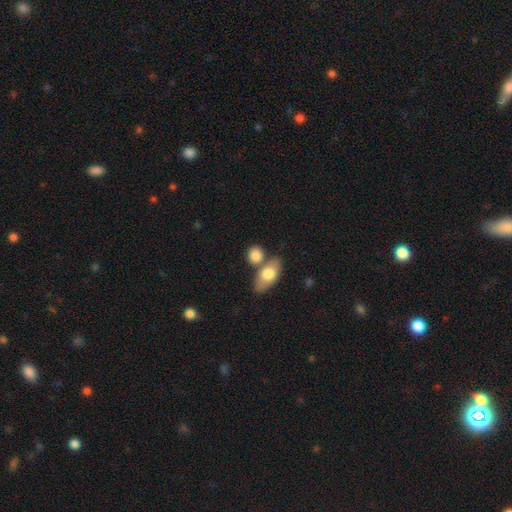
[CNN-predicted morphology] Smooth or featured? smooth (81%)
How rounded? in between (49%)
Merging? none (53%)